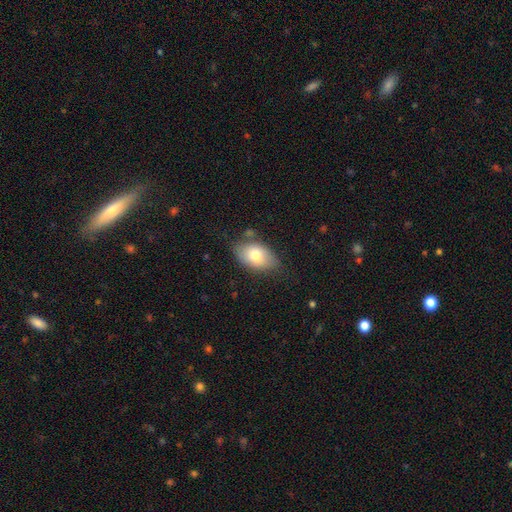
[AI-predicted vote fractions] This appears to be a smooth galaxy with no disk features (74%) that is in between round and cigar-shaped (88%). Merging: none (70%).